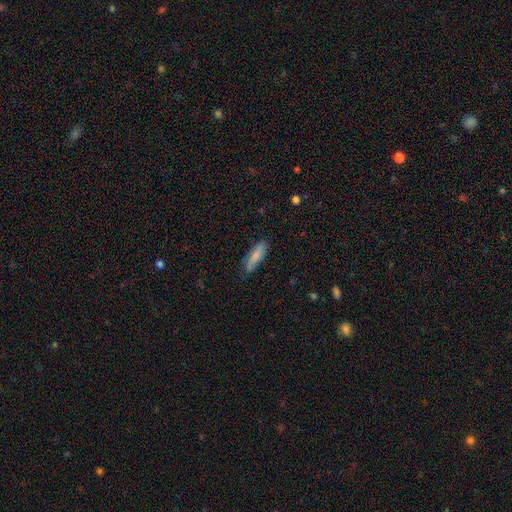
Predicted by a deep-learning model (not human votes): Smooth or featured? Predicted: smooth (p=0.79). How rounded? Predicted: cigar-shaped (p=0.59). Merging? Predicted: none (p=0.77).